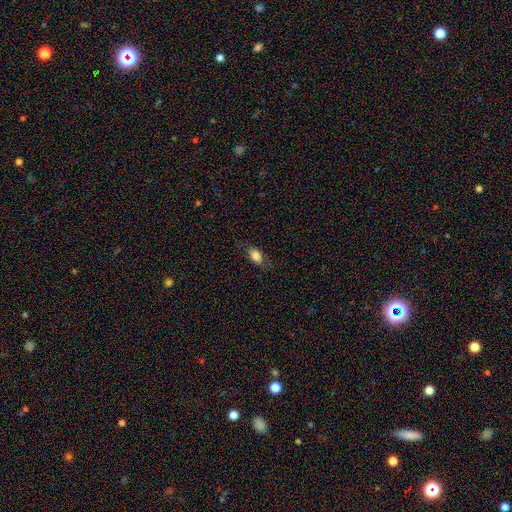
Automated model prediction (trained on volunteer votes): smooth-or-featured: smooth: 81% | featured or disk: 10% | star or artifact: 9%
  how-rounded: in between: 85% | round: 9% | cigar-shaped: 5%
  merging: none: 74% | minor disturbance: 19% | major disturbance: 6% | merger: 1%